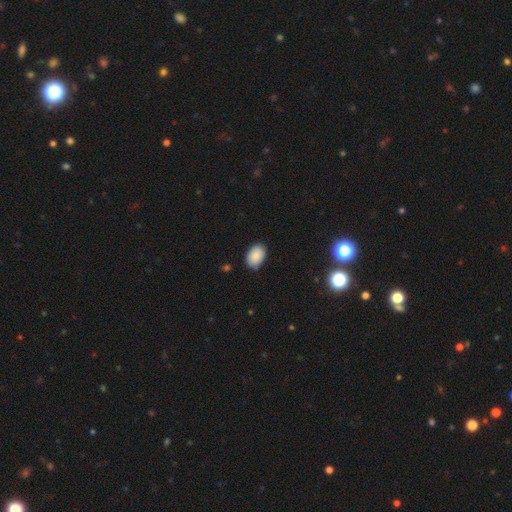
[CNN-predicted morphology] A smooth galaxy with no disk features (89%) that is in between round and cigar-shaped (87%).

Vote fractions:
- Smooth or featured? smooth: 89% / star or artifact: 7% / featured or disk: 4%
- How rounded? in between: 87% / round: 12% / cigar-shaped: 1%
- Merging? none: 85% / minor disturbance: 12% / major disturbance: 2% / merger: 1%